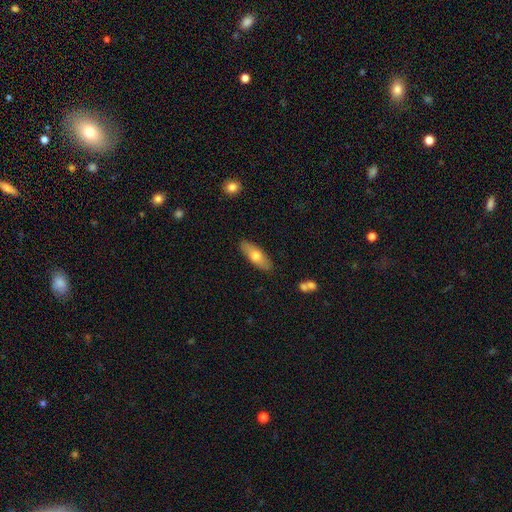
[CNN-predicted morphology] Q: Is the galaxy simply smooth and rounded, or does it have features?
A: smooth — 65%.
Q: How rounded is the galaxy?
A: in between — 67%.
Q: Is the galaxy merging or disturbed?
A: none — 87%.